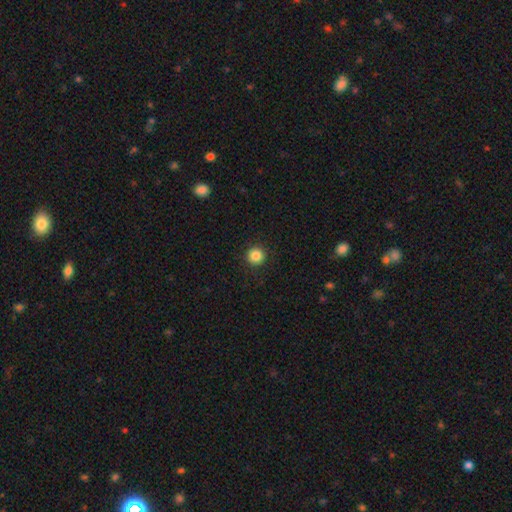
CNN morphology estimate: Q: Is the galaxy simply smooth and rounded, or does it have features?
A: smooth — 85%.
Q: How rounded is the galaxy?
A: round — 96%.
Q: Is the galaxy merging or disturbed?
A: none — 93%.